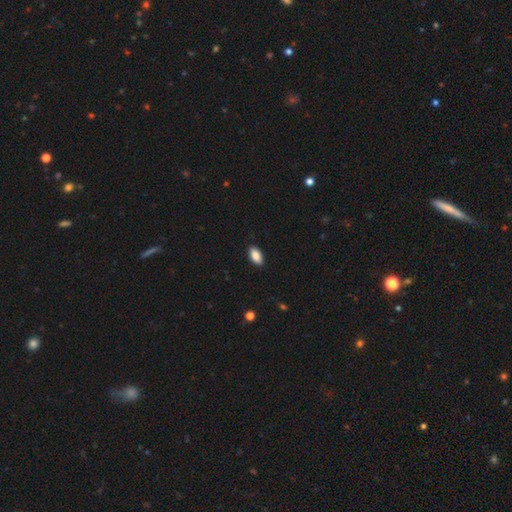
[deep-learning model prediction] Overall: smooth (87%). How rounded: in between (93%). Merging: none (90%).